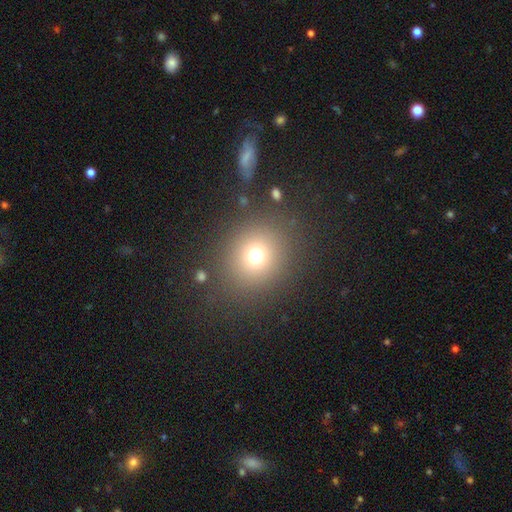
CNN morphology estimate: A smooth galaxy with no disk features (71%) that is round (82%).

Vote fractions:
- Smooth or featured? smooth: 71% / star or artifact: 19% / featured or disk: 10%
- How rounded? round: 82% / in between: 17% / cigar-shaped: 1%
- Merging? none: 84% / minor disturbance: 8% / major disturbance: 6% / merger: 3%